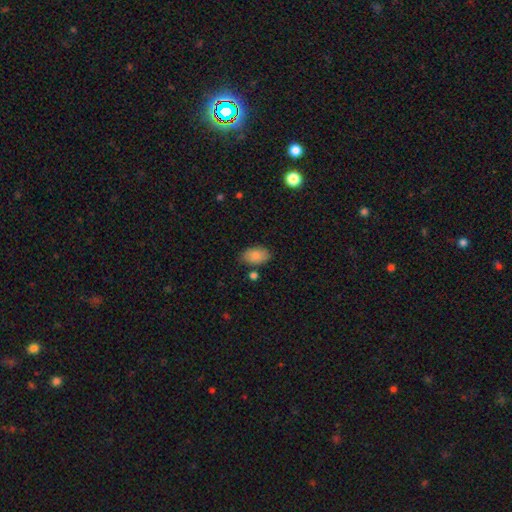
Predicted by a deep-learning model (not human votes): Q: Smooth or featured?
A: smooth (84%); runner-up: featured or disk (9%)
Q: How rounded?
A: in between (91%); runner-up: round (7%)
Q: Merging?
A: none (77%); runner-up: minor disturbance (16%)